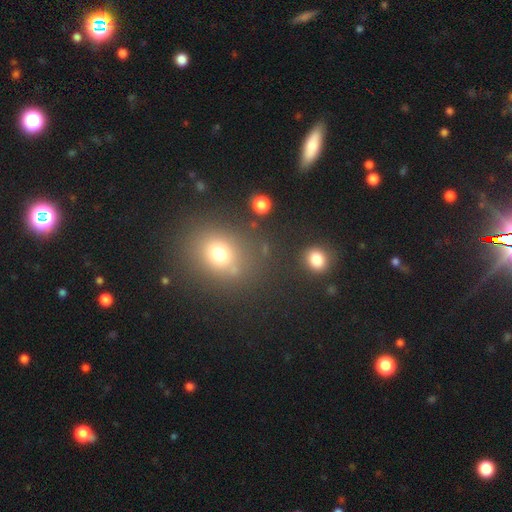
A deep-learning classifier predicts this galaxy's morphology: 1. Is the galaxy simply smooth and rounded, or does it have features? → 57% smooth, 32% star or artifact, 11% featured or disk.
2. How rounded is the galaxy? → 56% round, 42% in between, 2% cigar-shaped.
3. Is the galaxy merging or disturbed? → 84% none, 8% minor disturbance, 4% merger, 4% major disturbance.